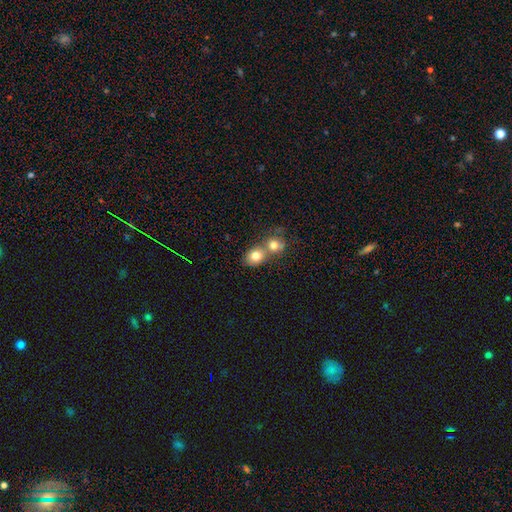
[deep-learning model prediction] Morphology: type=smooth (79%); roundness=round (63%); merging=merger (58%).